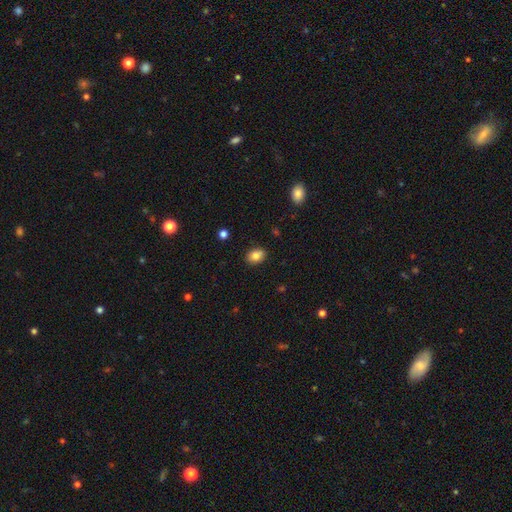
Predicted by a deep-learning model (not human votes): smooth 81%, star or artifact 10%, featured or disk 9%. Down the decision tree: how rounded — in between (65%); merging — none (83%).